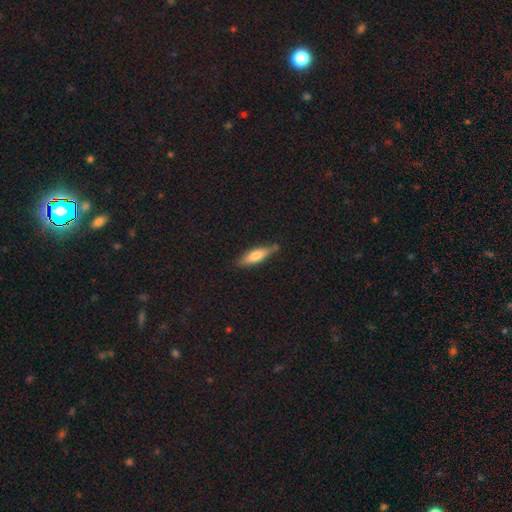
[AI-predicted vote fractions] Smooth or featured: smooth — 62% (featured or disk — 32%)
How rounded: cigar-shaped — 62% (in between — 35%)
Merging: none — 74% (minor disturbance — 19%)